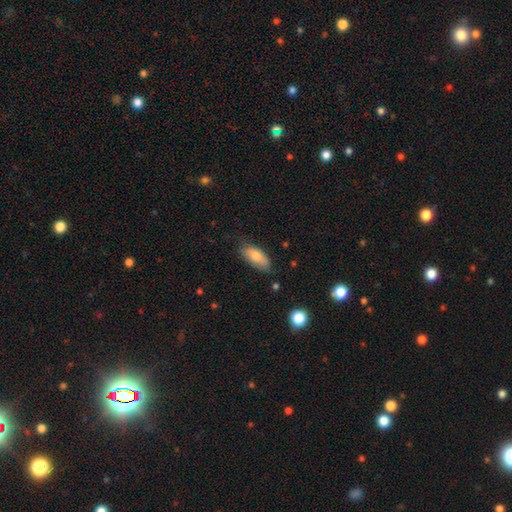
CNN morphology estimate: A smooth galaxy with no disk features (77%) that is in between round and cigar-shaped (83%). Merging: none (72%).